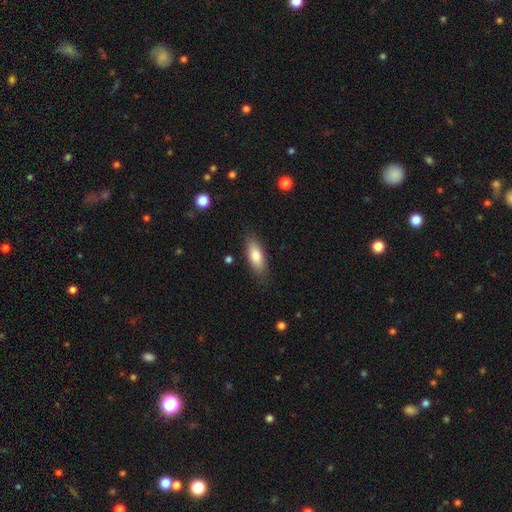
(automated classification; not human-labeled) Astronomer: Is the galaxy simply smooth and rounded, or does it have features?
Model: smooth — 78%.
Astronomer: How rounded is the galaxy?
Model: in between — 69%.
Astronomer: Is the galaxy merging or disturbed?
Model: none — 82%.